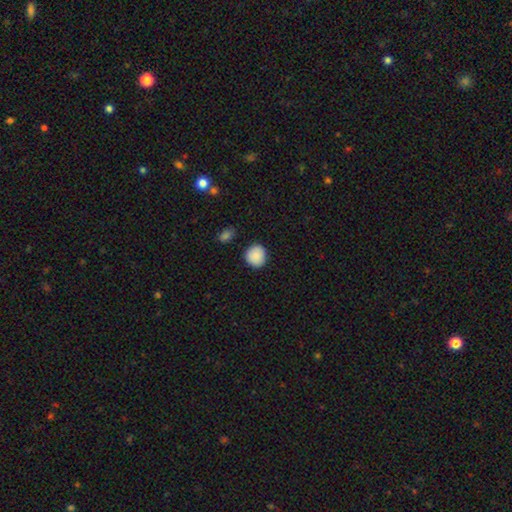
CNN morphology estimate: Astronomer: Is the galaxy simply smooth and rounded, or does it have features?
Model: smooth — 89%.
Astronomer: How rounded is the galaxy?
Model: round — 90%.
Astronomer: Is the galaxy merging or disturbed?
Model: none — 89%.